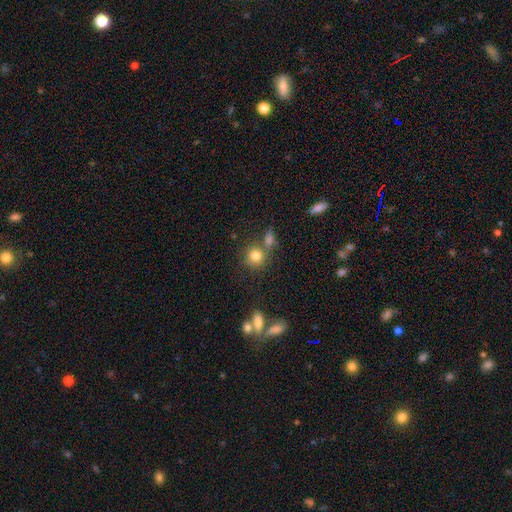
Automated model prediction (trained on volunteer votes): A smooth galaxy with no disk features (80%) that is round (84%). Merging: none (59%).